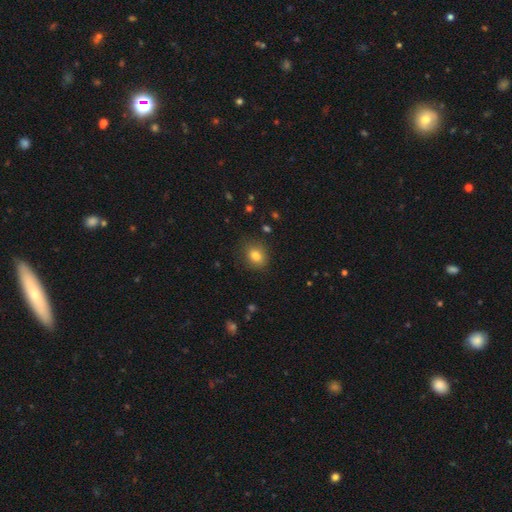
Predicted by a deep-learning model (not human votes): smooth 81%, star or artifact 10%, featured or disk 8%. Down the decision tree: how rounded — round (55%); merging — none (83%).